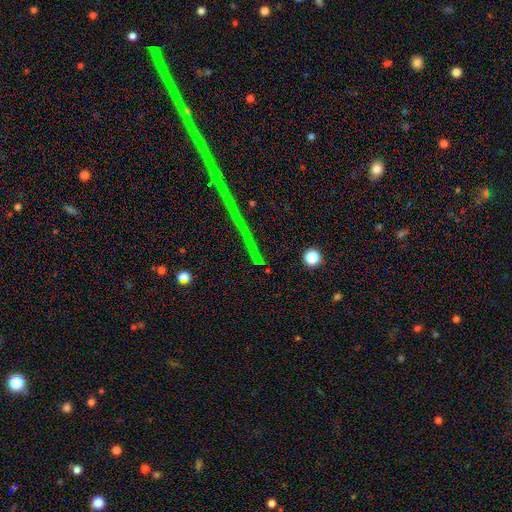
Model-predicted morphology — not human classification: star or artifact 78%, featured or disk 11%, smooth 10%.